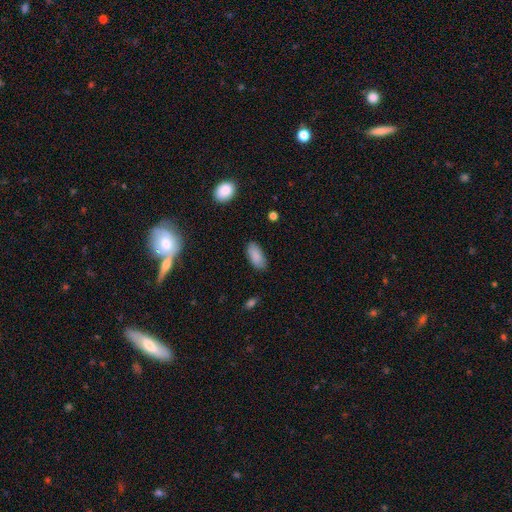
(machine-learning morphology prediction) Smooth or featured?
  - smooth: 88% *
  - star or artifact: 7%
  - featured or disk: 5%
How rounded?
  - in between: 90% *
  - cigar-shaped: 8%
  - round: 2%
Merging?
  - none: 84% *
  - minor disturbance: 12%
  - major disturbance: 3%
  - merger: 1%